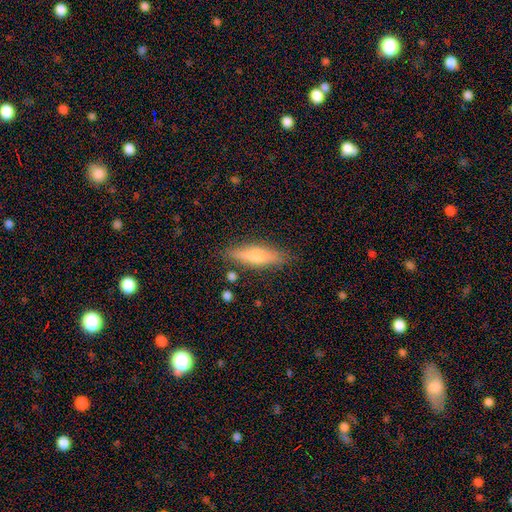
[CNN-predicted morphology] smooth-or-featured: smooth: 51% | featured or disk: 40% | star or artifact: 9%
  how-rounded: cigar-shaped: 70% | in between: 27% | round: 3%
  merging: none: 87% | minor disturbance: 9% | major disturbance: 2% | merger: 2%